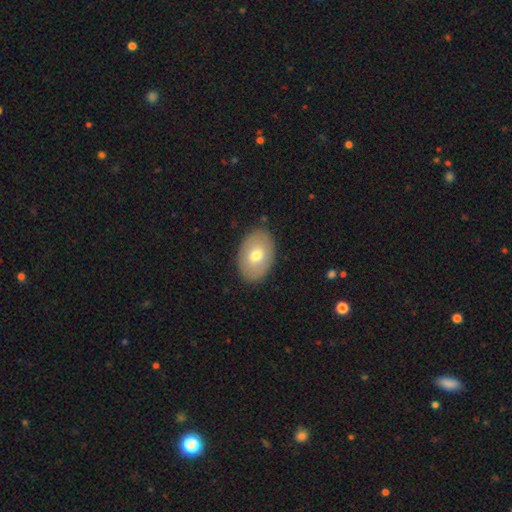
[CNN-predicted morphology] smooth-or-featured: smooth: 68% | featured or disk: 26% | star or artifact: 6%
  how-rounded: in between: 85% | round: 14% | cigar-shaped: 1%
  merging: none: 86% | minor disturbance: 10% | major disturbance: 2% | merger: 1%